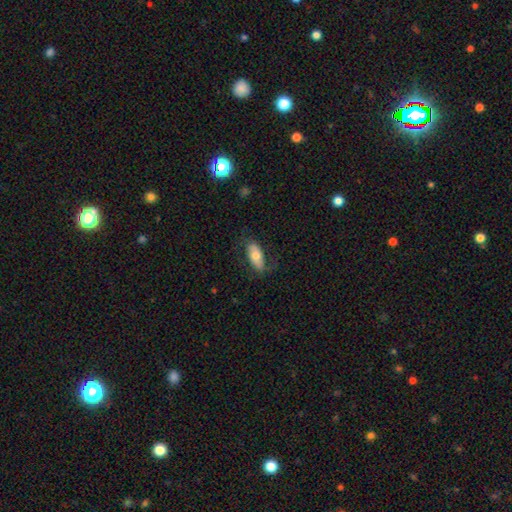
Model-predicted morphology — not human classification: Smooth or featured?
  - smooth: 58% *
  - featured or disk: 36%
  - star or artifact: 6%
How rounded?
  - in between: 87% *
  - cigar-shaped: 9%
  - round: 3%
Merging?
  - none: 69% *
  - minor disturbance: 19%
  - major disturbance: 11%
  - merger: 1%